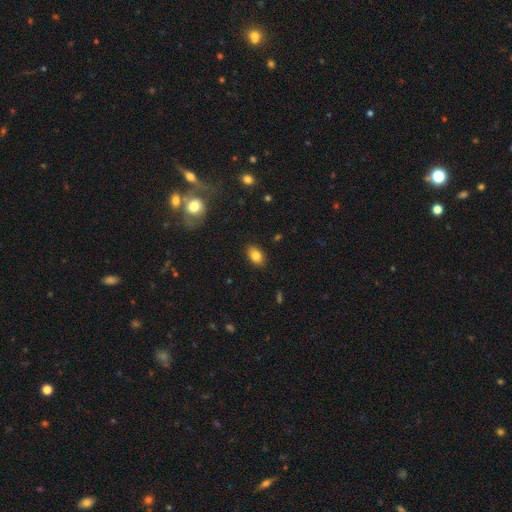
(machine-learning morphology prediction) Overall: smooth (82%). How rounded: in between (87%). Merging: none (87%).